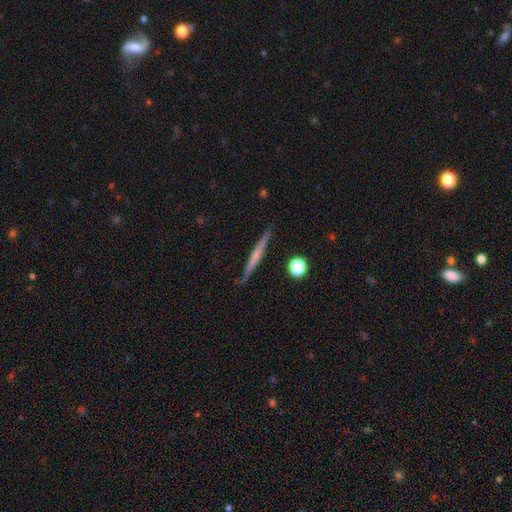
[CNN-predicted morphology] Smooth or featured: featured or disk — 54% (smooth — 39%)
Edge-on disk: yes — 97% (no — 3%)
Edge-on bulge: none — 65% (rounded — 26%)
Merging: none — 86% (minor disturbance — 11%)